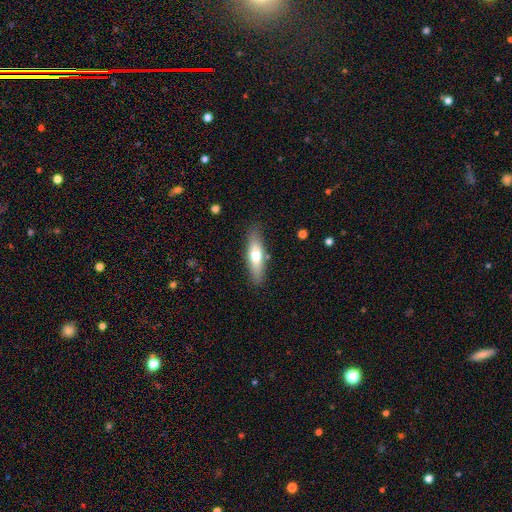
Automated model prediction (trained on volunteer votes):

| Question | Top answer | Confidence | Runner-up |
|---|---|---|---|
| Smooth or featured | smooth | 62% | featured or disk (32%) |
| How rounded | cigar-shaped | 59% | in between (39%) |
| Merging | none | 84% | minor disturbance (11%) |